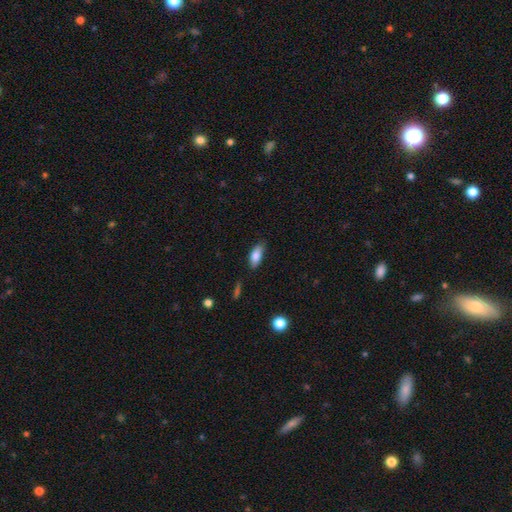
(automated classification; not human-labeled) This is clearly a smooth galaxy (82%). How rounded: clearly in between (80%). Merging: likely none (75%).